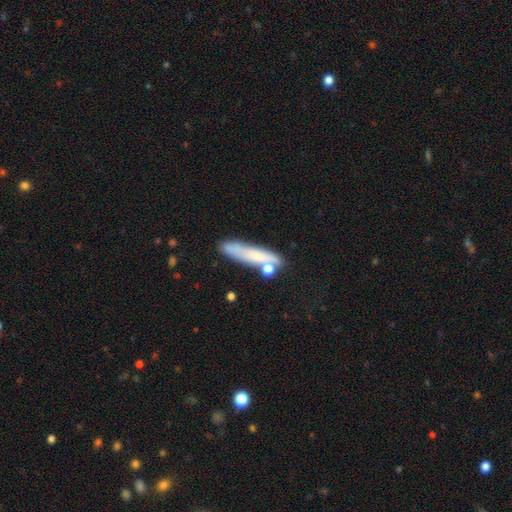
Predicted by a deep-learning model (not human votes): A smooth galaxy with no disk features (59%) that is cigar-shaped (82%).

Vote fractions:
- Smooth or featured? smooth: 59% / featured or disk: 32% / star or artifact: 9%
- How rounded? cigar-shaped: 82% / in between: 15% / round: 3%
- Merging? none: 61% / minor disturbance: 19% / merger: 14% / major disturbance: 6%